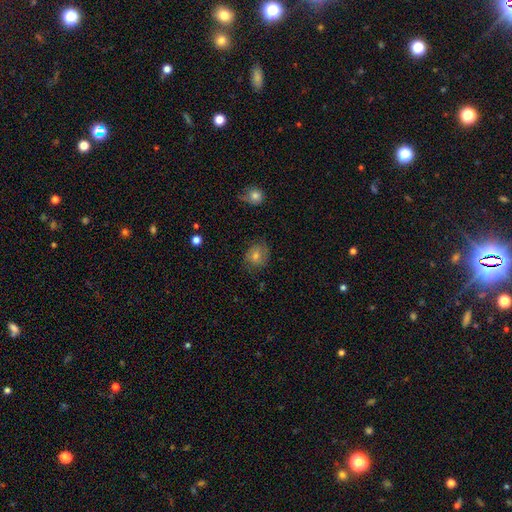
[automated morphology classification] smooth 45%, featured or disk 37%, star or artifact 17%. Down the decision tree: merging — none (76%).